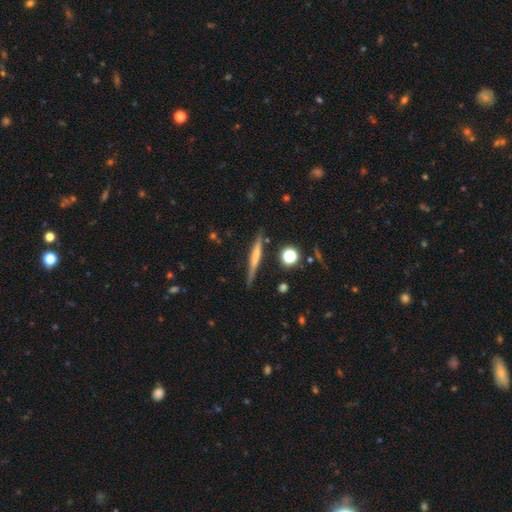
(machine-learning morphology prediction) Smooth or featured?
  - smooth: 46% * (tied)
  - featured or disk: 46% * (tied)
  - star or artifact: 8%
Merging?
  - none: 84% *
  - minor disturbance: 11%
  - merger: 2%
  - major disturbance: 2%